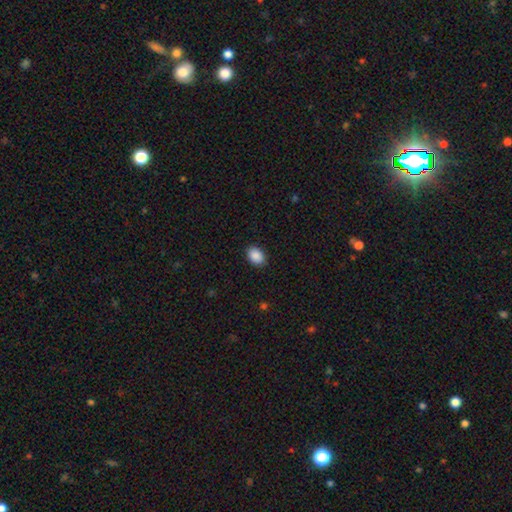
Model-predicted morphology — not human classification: Q: Smooth or featured?
A: smooth (90%); runner-up: star or artifact (7%)
Q: How rounded?
A: in between (82%); runner-up: round (17%)
Q: Merging?
A: none (89%); runner-up: minor disturbance (8%)